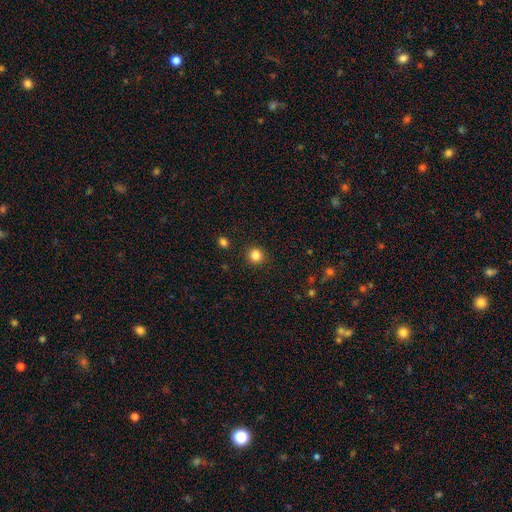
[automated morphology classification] Smooth or featured?
  - smooth: 84% *
  - star or artifact: 12%
  - featured or disk: 4%
How rounded?
  - round: 93% *
  - in between: 6%
  - cigar-shaped: 1%
Merging?
  - none: 91% *
  - minor disturbance: 5%
  - major disturbance: 2%
  - merger: 1%